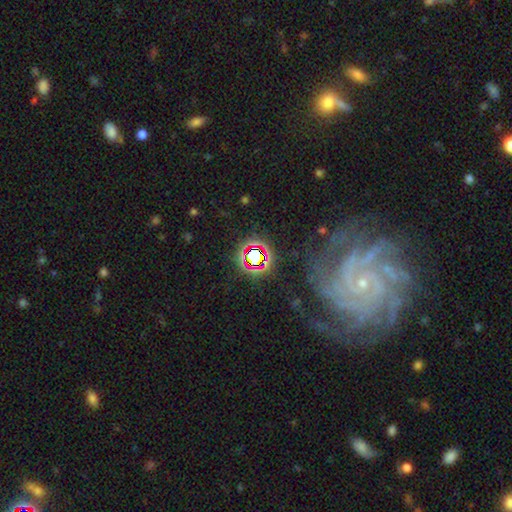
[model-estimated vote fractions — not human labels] This is likely a star or artifact rather than a galaxy (72%).